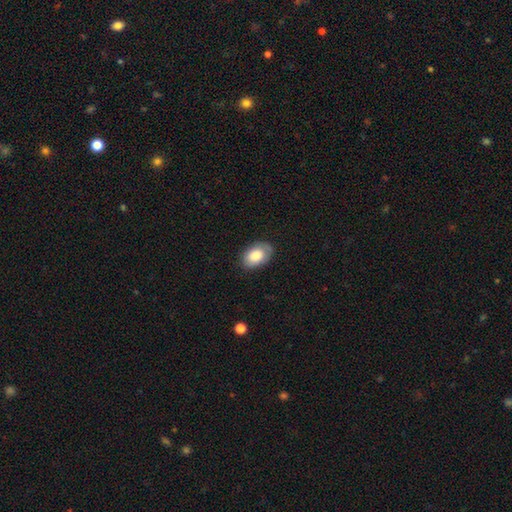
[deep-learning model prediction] A smooth galaxy with no disk features (81%) that is in between round and cigar-shaped (89%).

Vote fractions:
- Smooth or featured? smooth: 81% / featured or disk: 12% / star or artifact: 6%
- How rounded? in between: 89% / round: 10% / cigar-shaped: 1%
- Merging? none: 77% / minor disturbance: 18% / major disturbance: 4% / merger: 1%